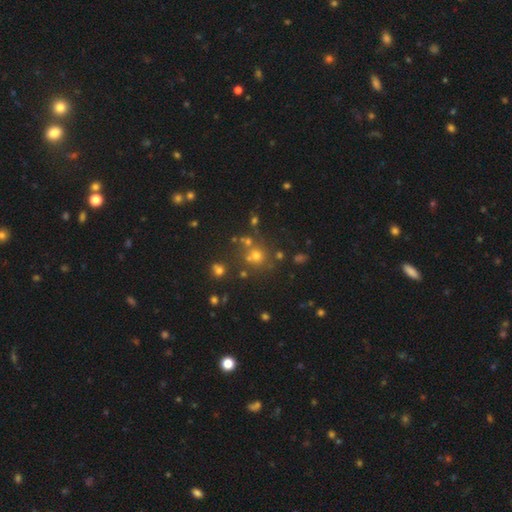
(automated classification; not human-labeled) smooth_or_featured: smooth (p=0.57) [alt: star or artifact p=0.31]
how_rounded: round (p=0.87) [alt: in between p=0.12]
merging: none (p=0.66) [alt: merger p=0.19]